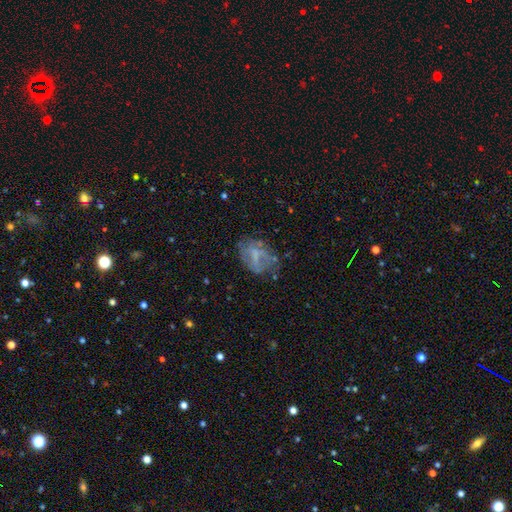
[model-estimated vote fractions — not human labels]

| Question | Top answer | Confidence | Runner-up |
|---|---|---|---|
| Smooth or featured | featured or disk | 52% | smooth (36%) |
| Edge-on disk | no | 97% | yes (3%) |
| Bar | no | 48% | weak (38%) |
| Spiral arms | no | 63% | yes (37%) |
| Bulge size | none | 53% | small (25%) |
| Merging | none | 51% | minor disturbance (25%) |